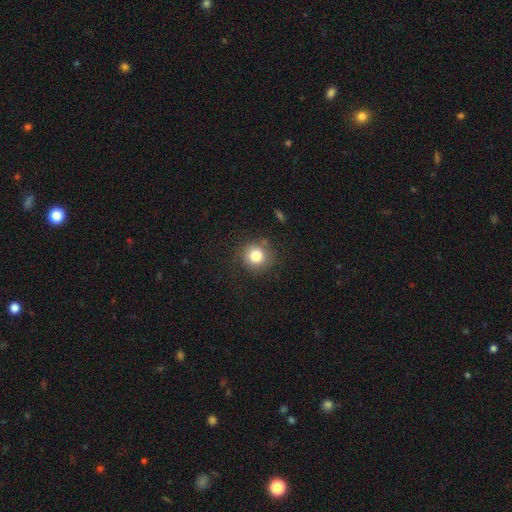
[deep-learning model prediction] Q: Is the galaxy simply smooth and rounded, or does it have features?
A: smooth — 82%.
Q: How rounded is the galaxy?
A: round — 90%.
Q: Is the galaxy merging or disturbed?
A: none — 83%.